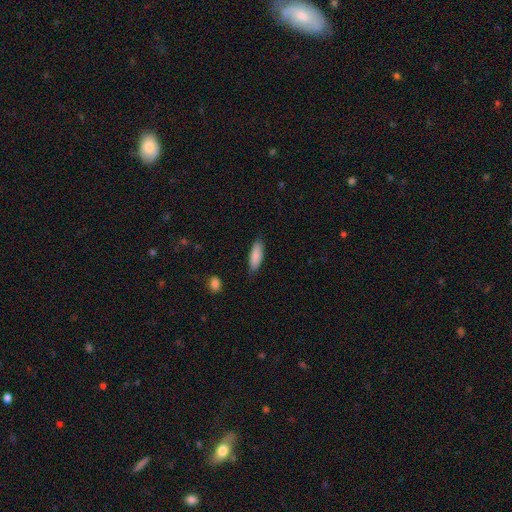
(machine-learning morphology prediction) type=smooth (87%); roundness=in between (64%); merging=none (82%).